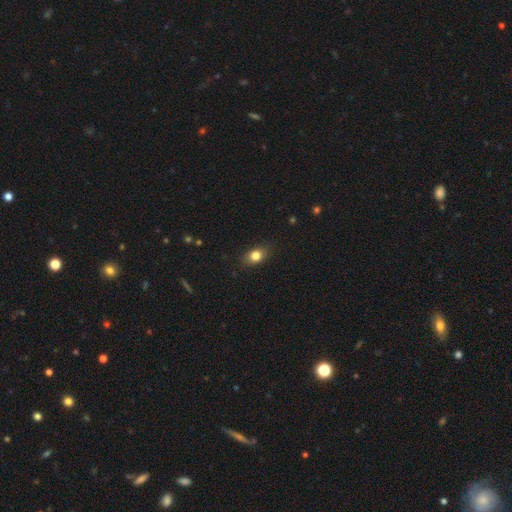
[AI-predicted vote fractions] The model was most divided on "how rounded": in between: 68%, round: 29%, cigar-shaped: 3%. More confident: merging — none (83%); smooth or featured — smooth (82%).